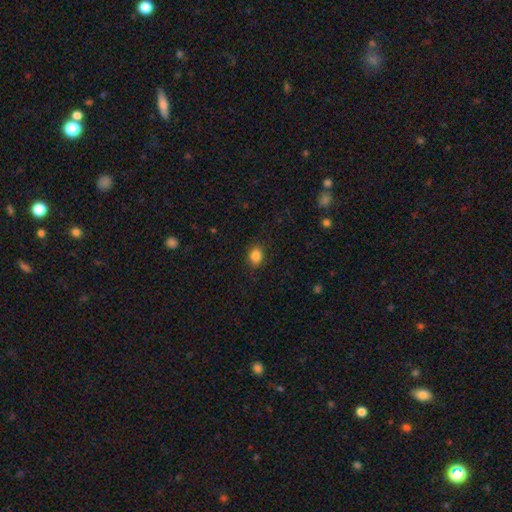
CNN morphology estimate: Q: Smooth or featured?
A: smooth (85%); runner-up: star or artifact (10%)
Q: How rounded?
A: in between (50%); runner-up: round (49%)
Q: Merging?
A: none (87%); runner-up: minor disturbance (10%)